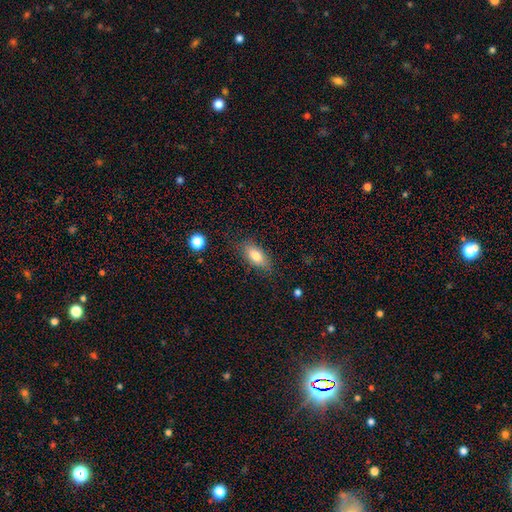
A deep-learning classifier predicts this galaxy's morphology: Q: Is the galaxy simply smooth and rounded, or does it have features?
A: smooth — 79%.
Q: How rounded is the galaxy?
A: in between — 85%.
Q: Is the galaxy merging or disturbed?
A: none — 78%.